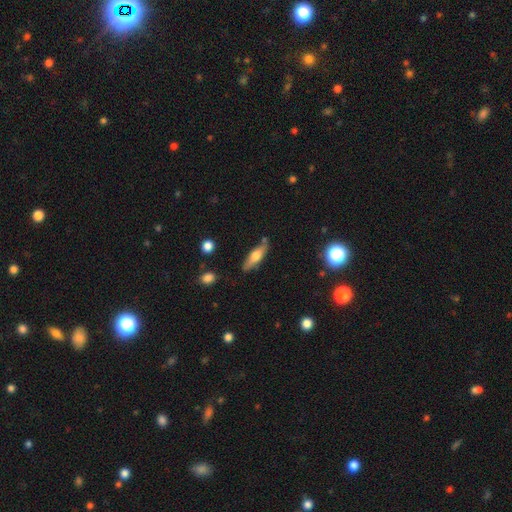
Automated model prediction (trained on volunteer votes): smooth_or_featured: smooth (p=0.54) [alt: featured or disk p=0.40]
how_rounded: cigar-shaped (p=0.55) [alt: in between p=0.43]
merging: none (p=0.77) [alt: minor disturbance p=0.15]